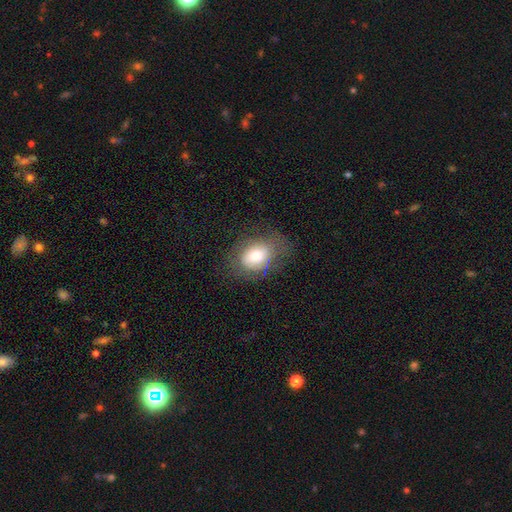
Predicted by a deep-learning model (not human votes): This appears to be a smooth galaxy with no disk features (67%) that is in between round and cigar-shaped (69%). Merging: none (64%).